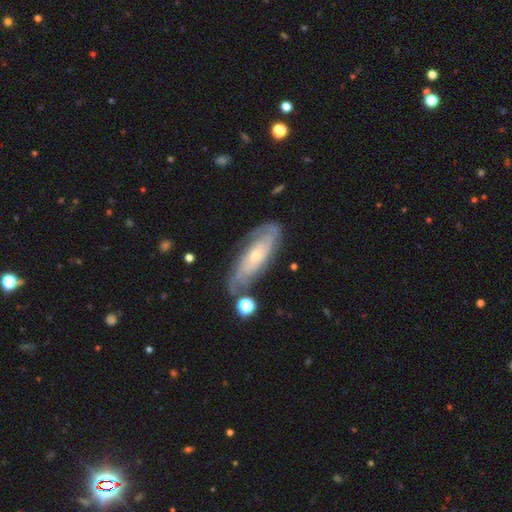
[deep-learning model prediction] Q: Smooth or featured?
A: featured or disk (81%); runner-up: smooth (13%)
Q: Edge-on disk?
A: no (89%); runner-up: yes (11%)
Q: Bar?
A: no (70%); runner-up: weak (22%)
Q: Spiral arms?
A: yes (93%); runner-up: no (7%)
Q: Spiral winding?
A: tight (63%); runner-up: medium (28%)
Q: Spiral arm count?
A: 2 (47%); runner-up: can't tell (33%)
Q: Bulge size?
A: small (69%); runner-up: moderate (27%)
Q: Merging?
A: none (73%); runner-up: minor disturbance (17%)